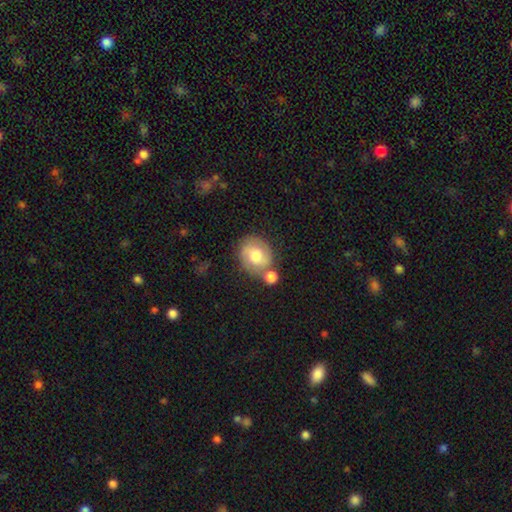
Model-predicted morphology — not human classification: A smooth galaxy with no disk features (53%) that is round (65%). Merging: none (54%).